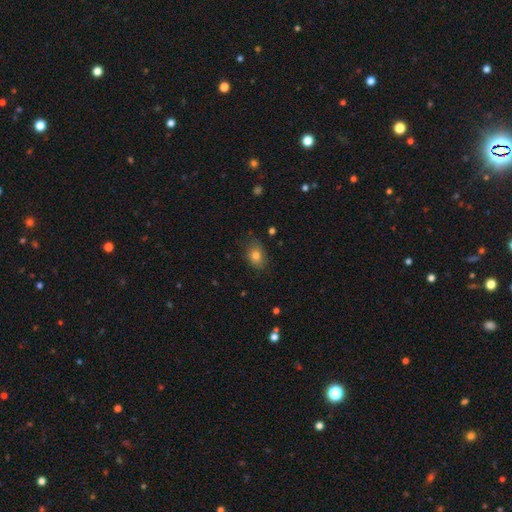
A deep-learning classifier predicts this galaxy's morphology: smooth 79%, star or artifact 11%, featured or disk 10%. Down the decision tree: how rounded — in between (75%); merging — none (79%).